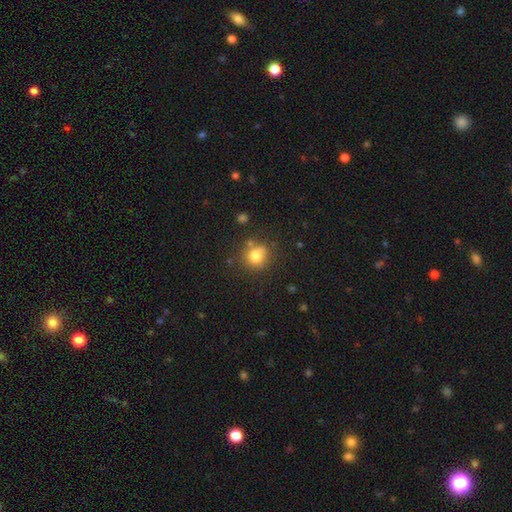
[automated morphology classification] A smooth galaxy with no disk features (79%) that is round (82%).

Vote fractions:
- Smooth or featured? smooth: 79% / star or artifact: 12% / featured or disk: 9%
- How rounded? round: 82% / in between: 17% / cigar-shaped: 1%
- Merging? none: 70% / minor disturbance: 16% / merger: 9% / major disturbance: 5%